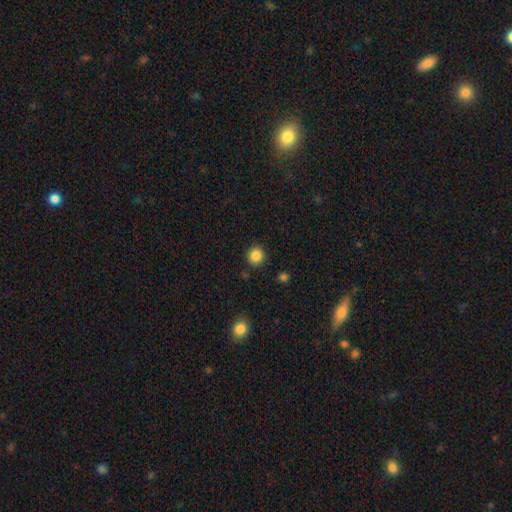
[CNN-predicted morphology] Overall: smooth (86%). How rounded: round (91%). Merging: none (90%).